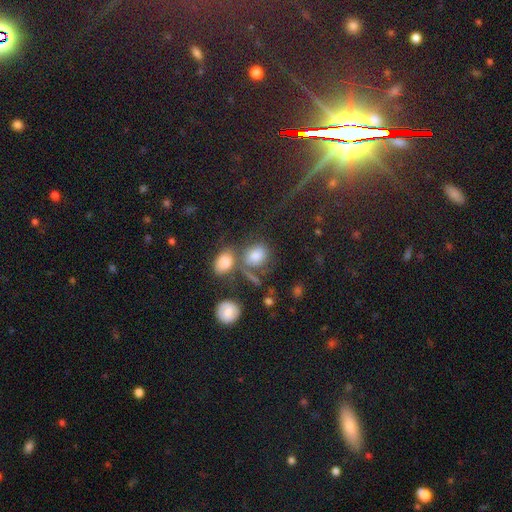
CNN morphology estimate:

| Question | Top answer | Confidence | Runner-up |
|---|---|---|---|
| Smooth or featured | smooth | 71% | featured or disk (16%) |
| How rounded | in between | 57% | round (41%) |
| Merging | none | 43% | merger (31%) |